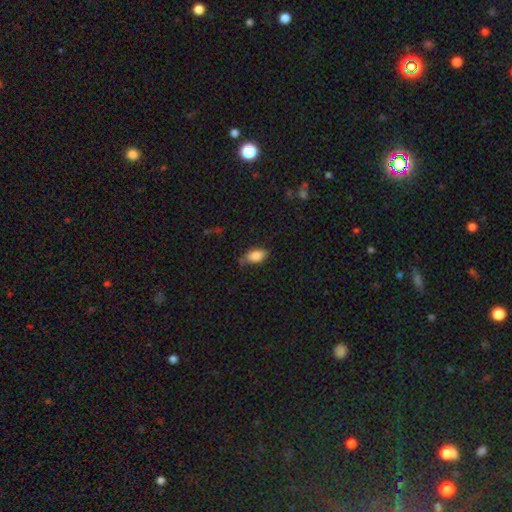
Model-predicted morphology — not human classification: Overall: smooth (86%). How rounded: in between (91%). Merging: none (61%; minor disturbance 29%).